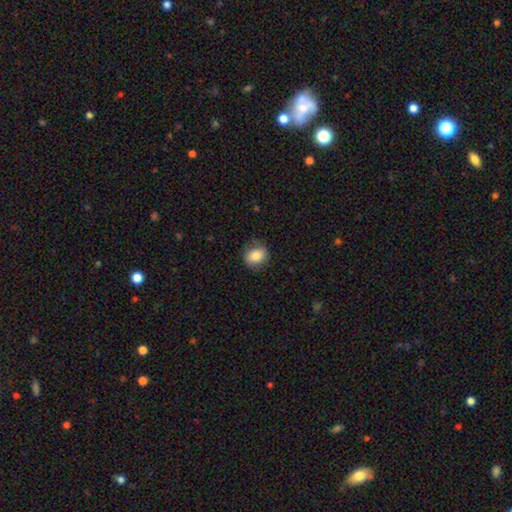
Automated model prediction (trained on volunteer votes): The model was most divided on "how rounded": round: 54%, in between: 45%, cigar-shaped: 1%. More confident: smooth or featured — smooth (81%); merging — none (81%).